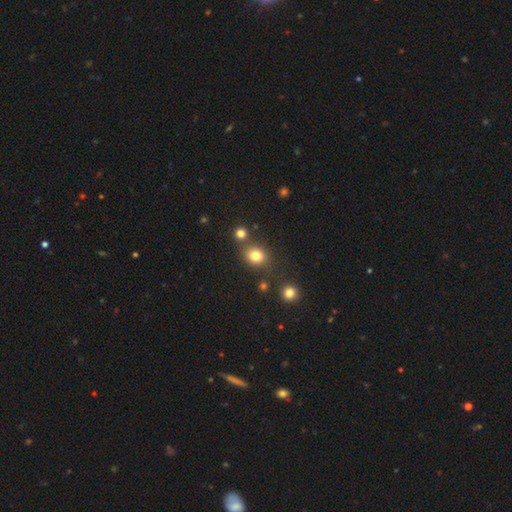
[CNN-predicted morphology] Q: Smooth or featured?
A: smooth (79%); runner-up: star or artifact (14%)
Q: How rounded?
A: round (66%); runner-up: in between (33%)
Q: Merging?
A: none (73%); runner-up: merger (12%)